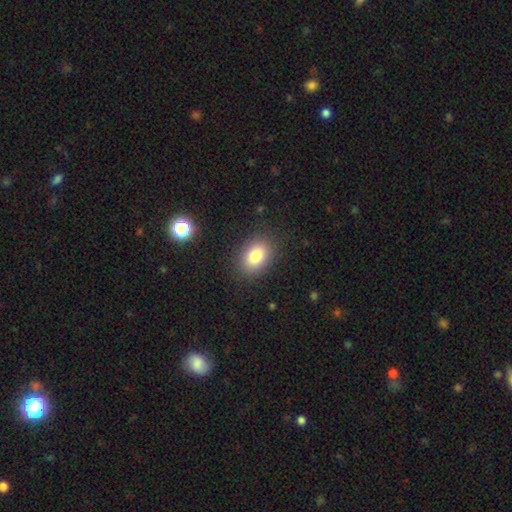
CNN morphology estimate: smooth_or_featured: smooth (p=0.82) [alt: star or artifact p=0.10]
how_rounded: in between (p=0.75) [alt: round p=0.24]
merging: none (p=0.85) [alt: minor disturbance p=0.10]